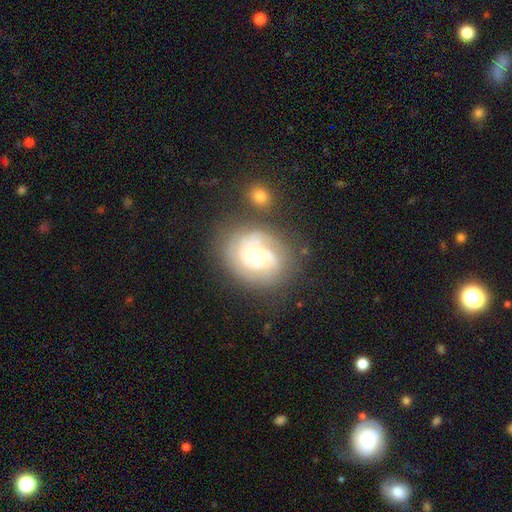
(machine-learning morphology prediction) A featured or disk galaxy (79%) with no bar (73%), tight (64%) spiral arms (92%) and a moderate central bulge (47%).

Vote fractions:
- Smooth or featured? featured or disk: 79% / smooth: 15% / star or artifact: 7%
- Edge-on disk? no: 97% / yes: 3%
- Bar? no: 73% / weak: 23% / strong: 4%
- Spiral arms? yes: 92% / no: 8%
- Spiral winding? tight: 64% / medium: 28% / loose: 8%
- Spiral arm count? can't tell: 31% / 2: 26% / 3: 25% / 4: 7% / 1: 7% / more than 4: 5%
- Bulge size? moderate: 47% / small: 45% / large: 5% / dominant: 1% / none: 1%
- Merging? none: 66% / minor disturbance: 18% / major disturbance: 10% / merger: 6%